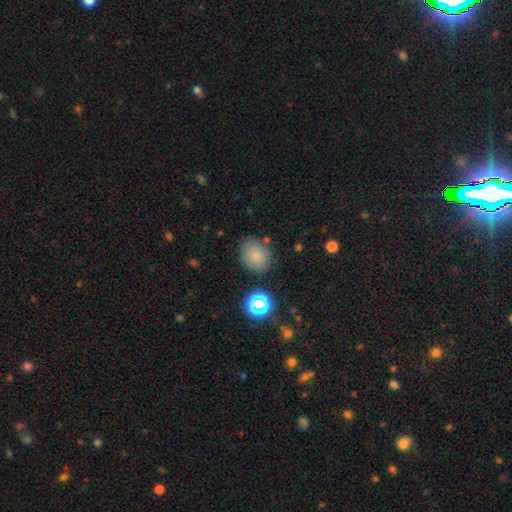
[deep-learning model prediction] Smooth or featured: smooth — 79% (star or artifact — 13%)
How rounded: round — 64% (in between — 35%)
Merging: none — 78% (minor disturbance — 13%)